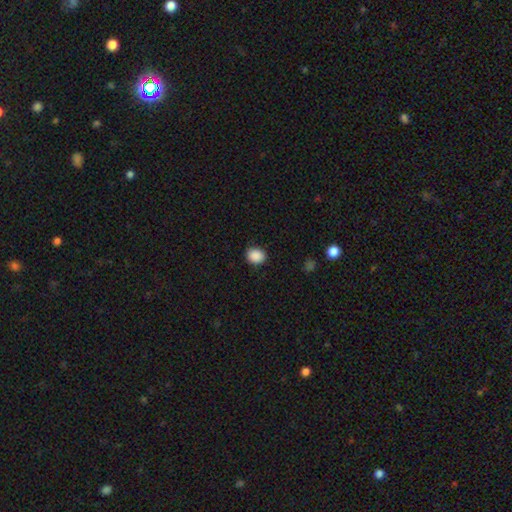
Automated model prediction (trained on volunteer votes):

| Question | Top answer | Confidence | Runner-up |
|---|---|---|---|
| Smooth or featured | smooth | 89% | star or artifact (8%) |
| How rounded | round | 60% | in between (39%) |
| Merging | none | 88% | minor disturbance (8%) |